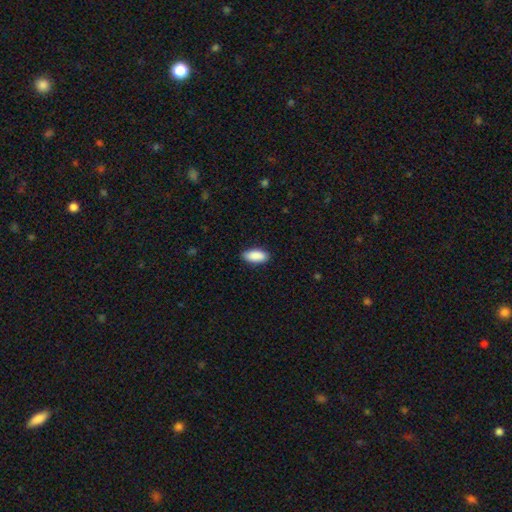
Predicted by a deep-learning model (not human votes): smooth_or_featured: smooth (p=0.90) [alt: star or artifact p=0.06]
how_rounded: in between (p=0.89) [alt: cigar-shaped p=0.09]
merging: none (p=0.87) [alt: minor disturbance p=0.10]